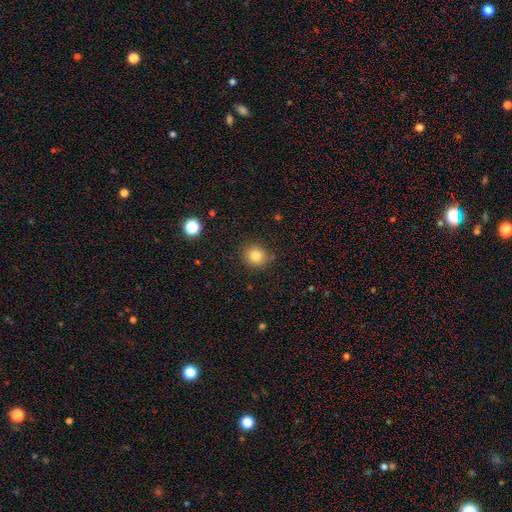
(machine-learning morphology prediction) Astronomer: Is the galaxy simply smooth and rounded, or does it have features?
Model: smooth — 81%.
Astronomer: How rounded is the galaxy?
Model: round — 86%.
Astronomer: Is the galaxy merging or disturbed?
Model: none — 87%.